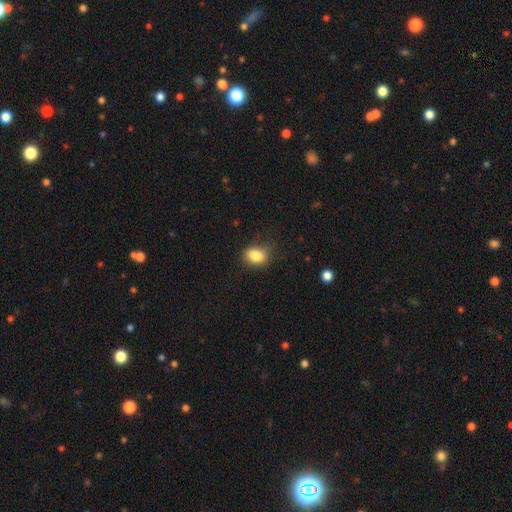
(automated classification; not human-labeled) This appears to be a smooth galaxy with no disk features (85%) that is in between round and cigar-shaped (65%). Merging: none (72%).